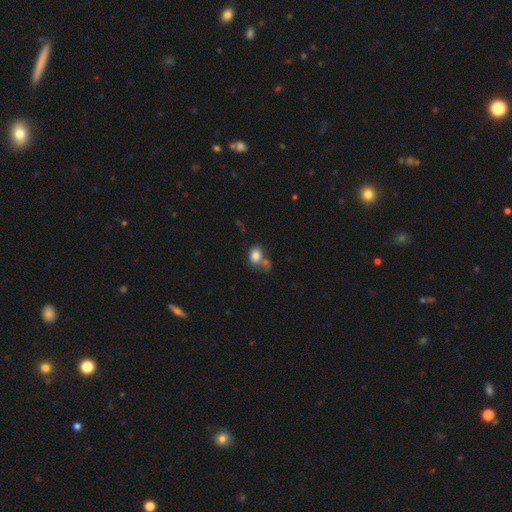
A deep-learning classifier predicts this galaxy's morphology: Q: Smooth or featured?
A: smooth (82%); runner-up: star or artifact (10%)
Q: How rounded?
A: in between (55%); runner-up: round (43%)
Q: Merging?
A: none (44%); runner-up: merger (32%)